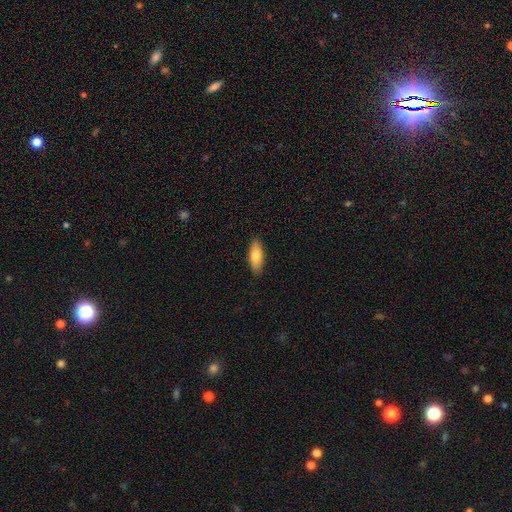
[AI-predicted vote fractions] Overall: smooth (78%). How rounded: in between (74%). Merging: none (90%).